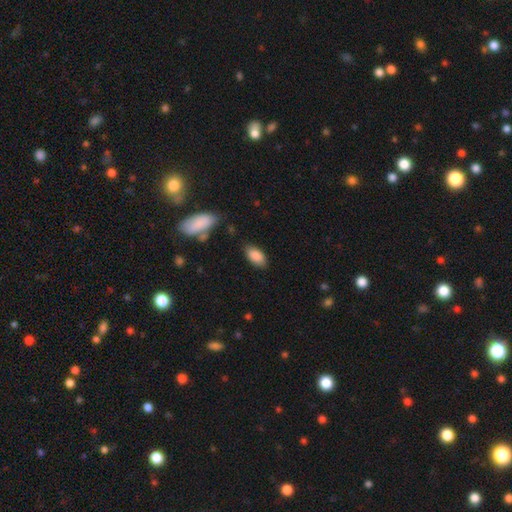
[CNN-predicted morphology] smooth_or_featured: smooth (p=0.88) [alt: star or artifact p=0.07]
how_rounded: in between (p=0.92) [alt: cigar-shaped p=0.05]
merging: none (p=0.82) [alt: minor disturbance p=0.13]